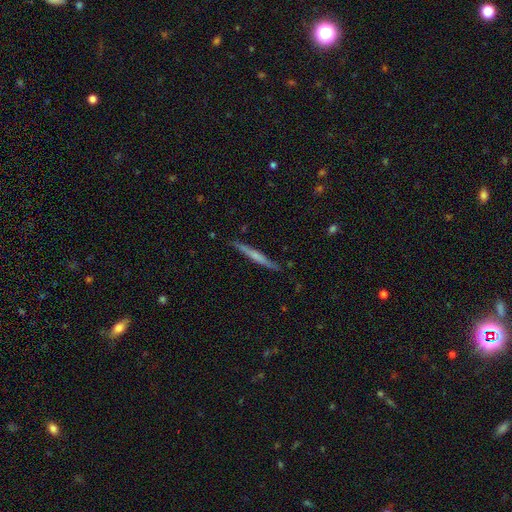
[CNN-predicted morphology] type=featured or disk (53%); edge-on=yes (97%); edge-on bulge=none (58%); merging=none (88%).